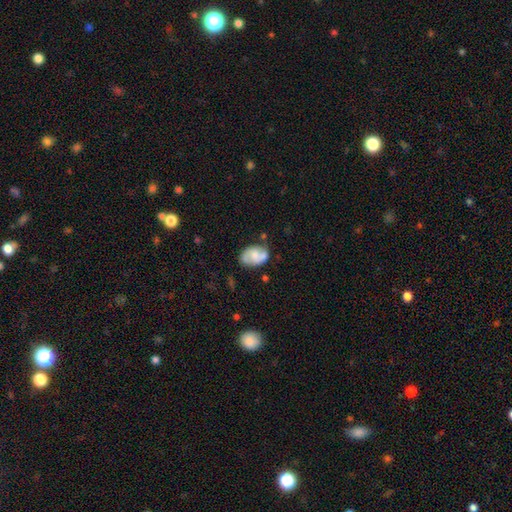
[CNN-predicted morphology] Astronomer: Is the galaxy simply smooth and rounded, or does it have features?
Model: featured or disk — 56% (runner-up: smooth, 36%).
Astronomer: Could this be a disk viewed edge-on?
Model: no — 97%.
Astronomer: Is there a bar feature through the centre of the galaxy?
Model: no — 55% (runner-up: weak, 37%).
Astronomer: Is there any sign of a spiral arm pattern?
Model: yes — 85%.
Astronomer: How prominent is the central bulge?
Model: moderate — 37% (runner-up: small, 35%).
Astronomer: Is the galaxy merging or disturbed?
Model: none — 62%.